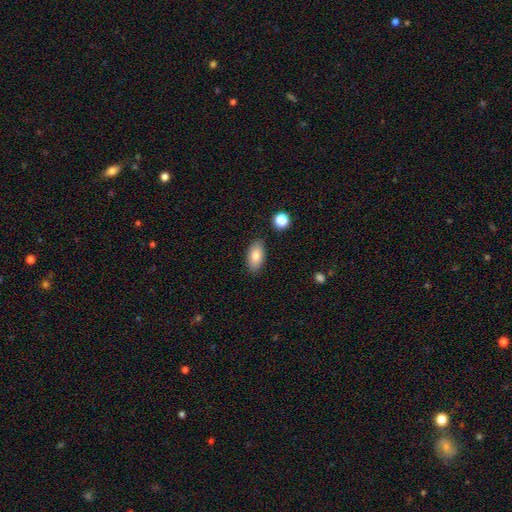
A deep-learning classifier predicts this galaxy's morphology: The model was most divided on "smooth or featured": smooth: 84%, featured or disk: 9%, star or artifact: 7%. More confident: how rounded — in between (92%); merging — none (85%).